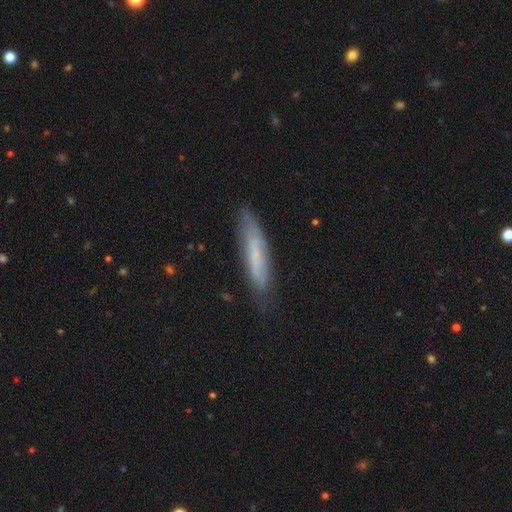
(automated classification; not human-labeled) Smooth or featured? smooth (54%)
How rounded? cigar-shaped (86%)
Merging? none (78%)